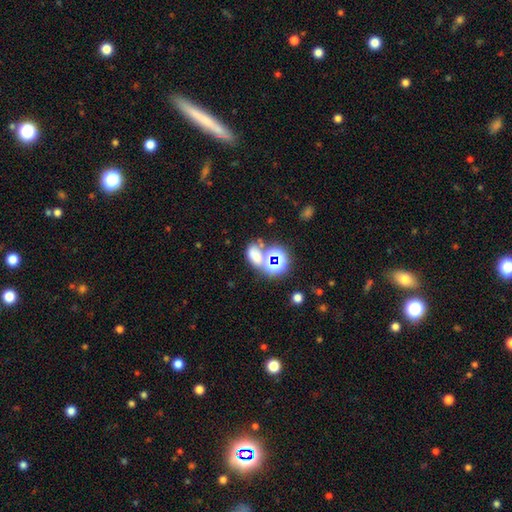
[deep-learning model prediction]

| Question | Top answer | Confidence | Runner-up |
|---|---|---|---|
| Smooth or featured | smooth | 57% | star or artifact (32%) |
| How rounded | in between | 71% | round (26%) |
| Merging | none | 45% | merger (35%) |